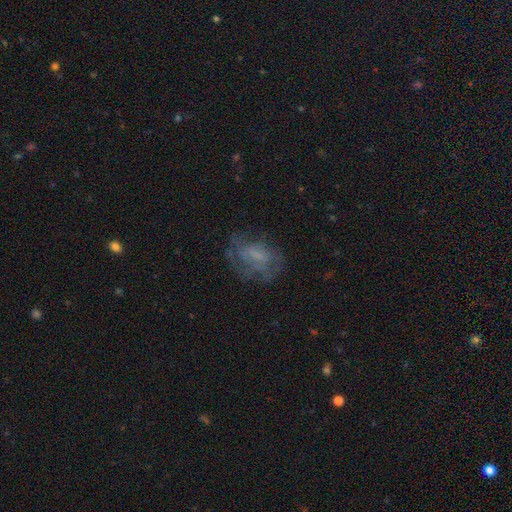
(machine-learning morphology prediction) Smooth or featured?
  - featured or disk: 46% *
  - smooth: 40%
  - star or artifact: 14%
Merging?
  - none: 57% *
  - minor disturbance: 21%
  - major disturbance: 21%
  - merger: 2%